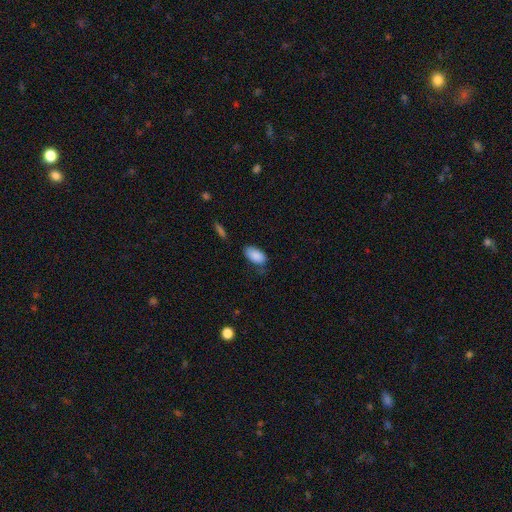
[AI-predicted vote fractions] Smooth or featured?
  - smooth: 88% *
  - star or artifact: 7%
  - featured or disk: 5%
How rounded?
  - in between: 95% *
  - round: 3%
  - cigar-shaped: 2%
Merging?
  - none: 69% *
  - minor disturbance: 23%
  - major disturbance: 5%
  - merger: 2%